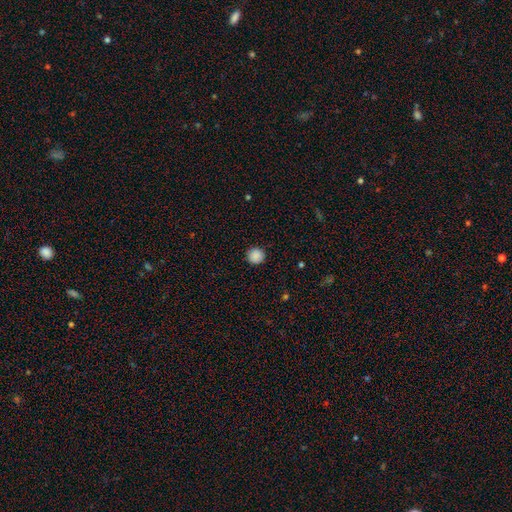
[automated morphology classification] A smooth galaxy with no disk features (88%) that is round (95%).

Vote fractions:
- Smooth or featured? smooth: 88% / star or artifact: 9% / featured or disk: 2%
- How rounded? round: 95% / in between: 4% / cigar-shaped: 1%
- Merging? none: 92% / minor disturbance: 6% / major disturbance: 2% / merger: 1%